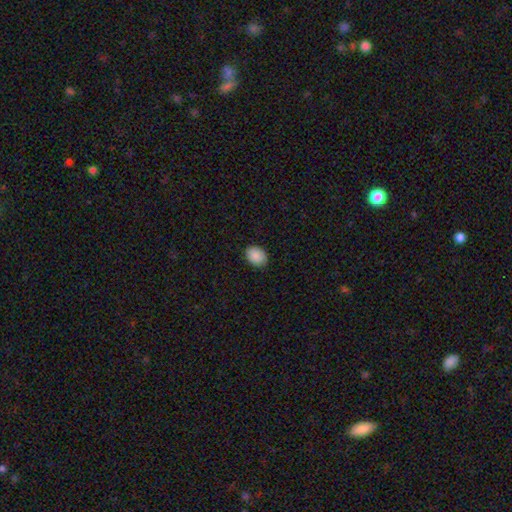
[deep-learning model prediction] This is clearly a smooth galaxy (90%). How rounded: likely in between (66%). Merging: clearly none (88%).